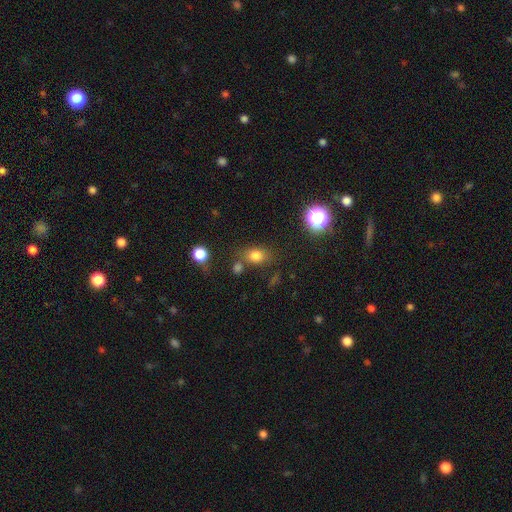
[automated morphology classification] A smooth galaxy with no disk features (76%) that is in between round and cigar-shaped (63%).

Vote fractions:
- Smooth or featured? smooth: 76% / star or artifact: 15% / featured or disk: 8%
- How rounded? in between: 63% / round: 35% / cigar-shaped: 2%
- Merging? none: 68% / minor disturbance: 15% / merger: 11% / major disturbance: 6%